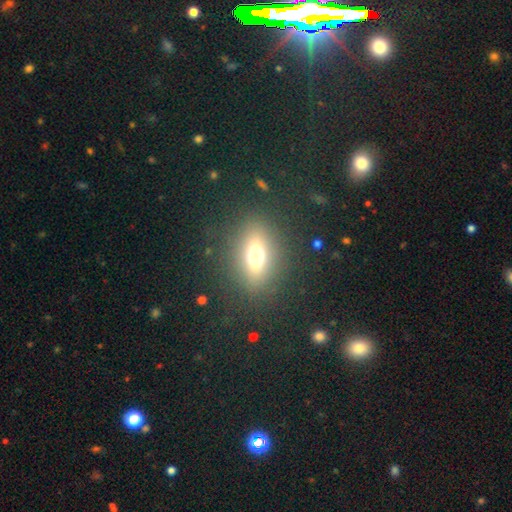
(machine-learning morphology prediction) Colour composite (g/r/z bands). It shows a smooth galaxy with no disk features (62%) that is in between round and cigar-shaped (69%). Merging: none (83%).